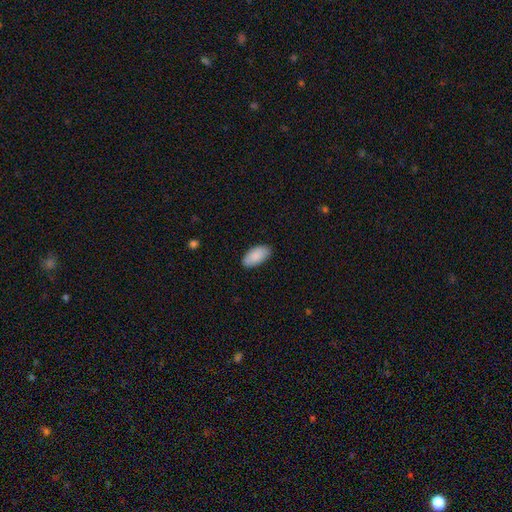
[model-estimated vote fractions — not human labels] Overall: smooth (90%). How rounded: in between (95%). Merging: none (86%).